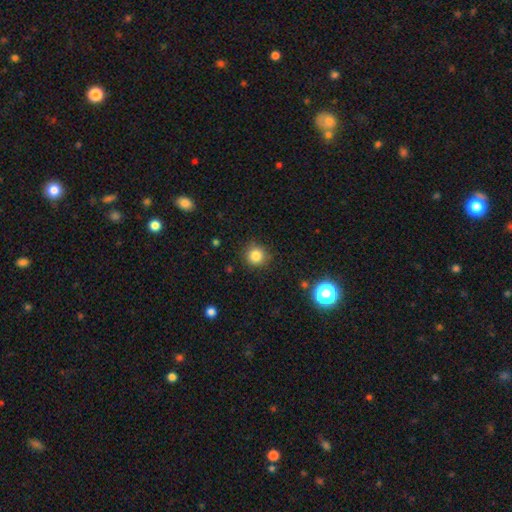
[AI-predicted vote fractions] Smooth or featured: smooth — 83% (star or artifact — 12%)
How rounded: round — 93% (in between — 6%)
Merging: none — 88% (minor disturbance — 8%)